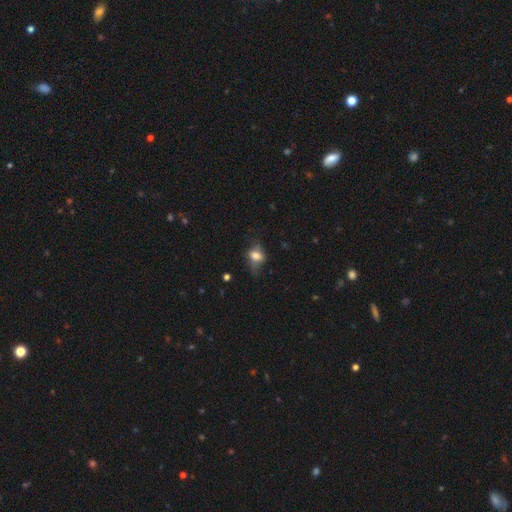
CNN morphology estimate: Smooth or featured?
  - smooth: 63% *
  - featured or disk: 25%
  - star or artifact: 12%
How rounded?
  - in between: 61% *
  - round: 35%
  - cigar-shaped: 4%
Merging?
  - none: 50% *
  - minor disturbance: 29%
  - major disturbance: 19%
  - merger: 2%